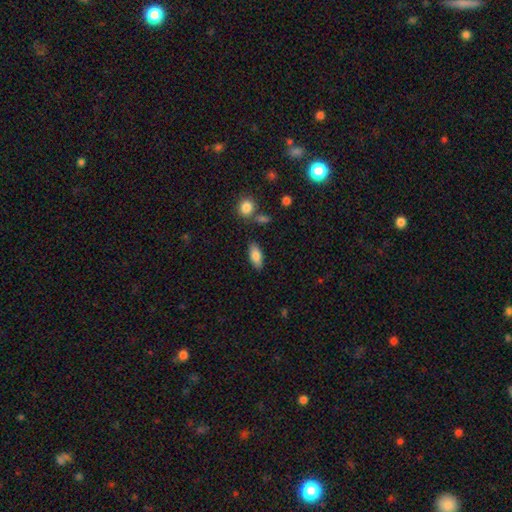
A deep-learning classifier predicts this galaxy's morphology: Smooth or featured? Predicted: smooth (p=0.82). How rounded? Predicted: in between (p=0.86). Merging? Predicted: none (p=0.81).